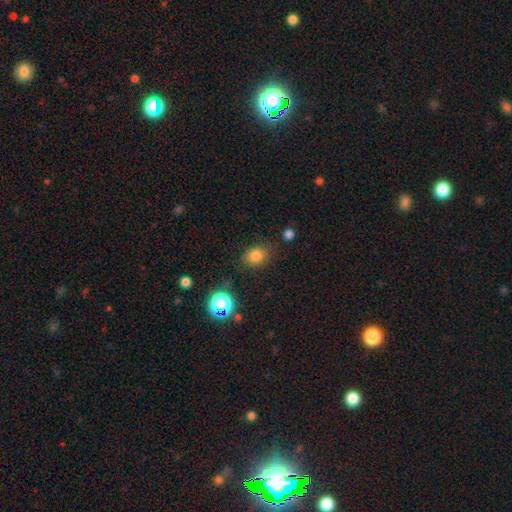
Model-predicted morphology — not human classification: smooth_or_featured: smooth (p=0.78) [alt: star or artifact p=0.15]
how_rounded: in between (p=0.51) [alt: round p=0.48]
merging: none (p=0.79) [alt: minor disturbance p=0.14]